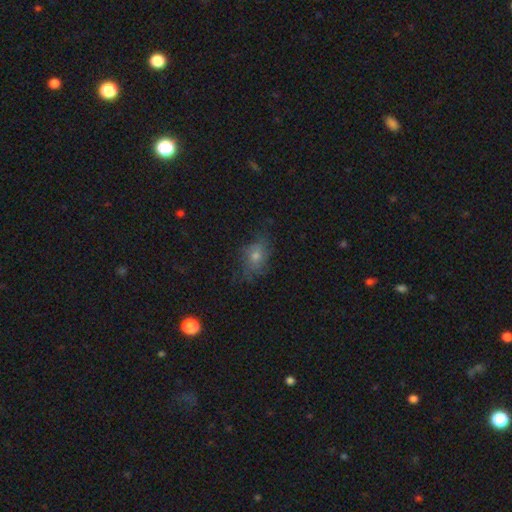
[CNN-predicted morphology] smooth 46%, featured or disk 37%, star or artifact 17%. Down the decision tree: merging — none (63%).